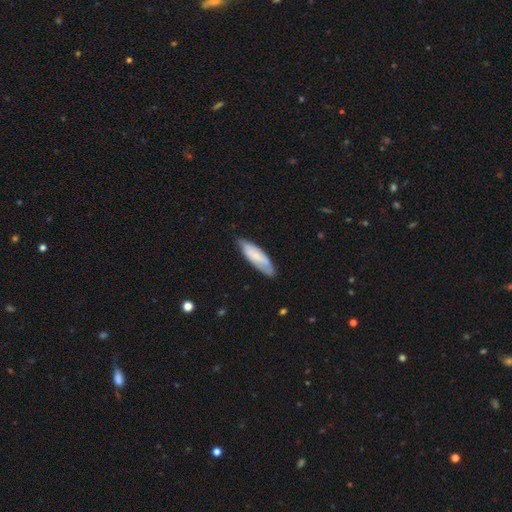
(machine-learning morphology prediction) smooth 61%, featured or disk 33%, star or artifact 6%. Down the decision tree: how rounded — in between (51%); merging — none (73%).